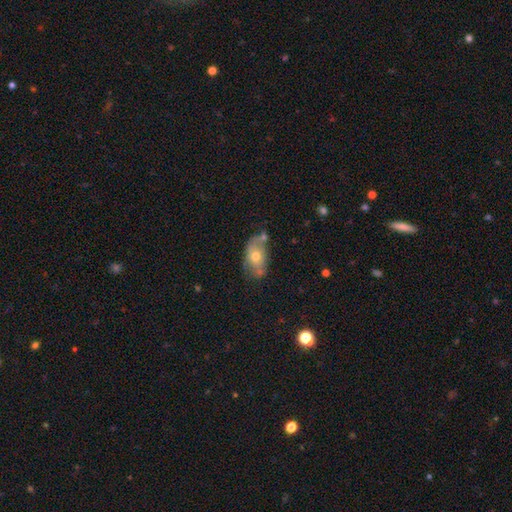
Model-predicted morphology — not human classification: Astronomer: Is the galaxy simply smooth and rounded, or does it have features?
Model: smooth — 53% (runner-up: featured or disk, 38%).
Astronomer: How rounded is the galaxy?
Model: in between — 85%.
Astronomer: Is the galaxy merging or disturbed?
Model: none — 55%.